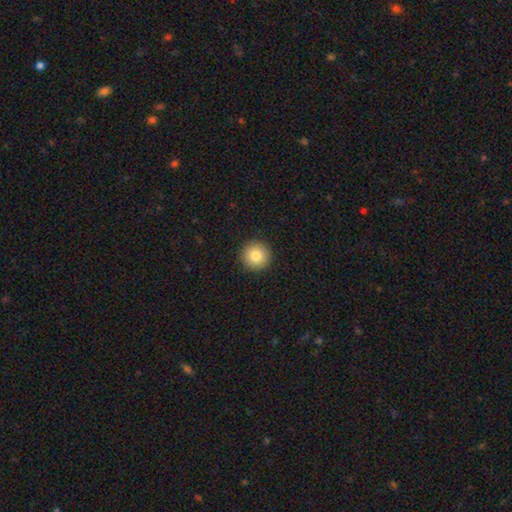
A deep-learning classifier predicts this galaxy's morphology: Smooth or featured? Predicted: smooth (p=0.83). How rounded? Predicted: round (p=0.96). Merging? Predicted: none (p=0.93).